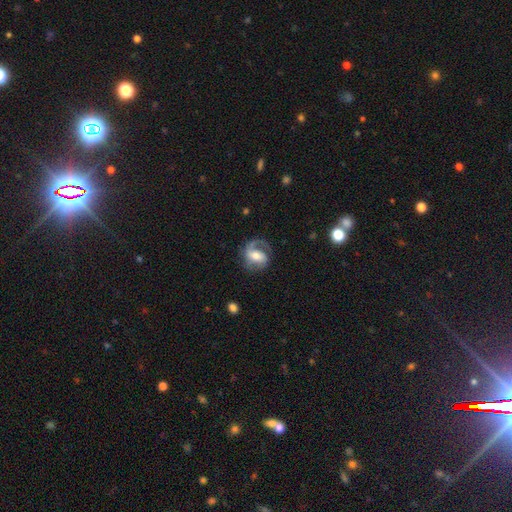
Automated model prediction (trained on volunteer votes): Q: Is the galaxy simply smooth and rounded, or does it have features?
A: featured or disk — 73%.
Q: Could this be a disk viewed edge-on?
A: no — 97%.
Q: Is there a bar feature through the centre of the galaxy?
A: weak — 42%.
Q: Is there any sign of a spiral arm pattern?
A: yes — 91%.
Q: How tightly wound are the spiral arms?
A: medium — 47%.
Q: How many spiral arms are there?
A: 2 — 51%.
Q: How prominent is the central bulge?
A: moderate — 58%.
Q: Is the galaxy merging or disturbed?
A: none — 61%.